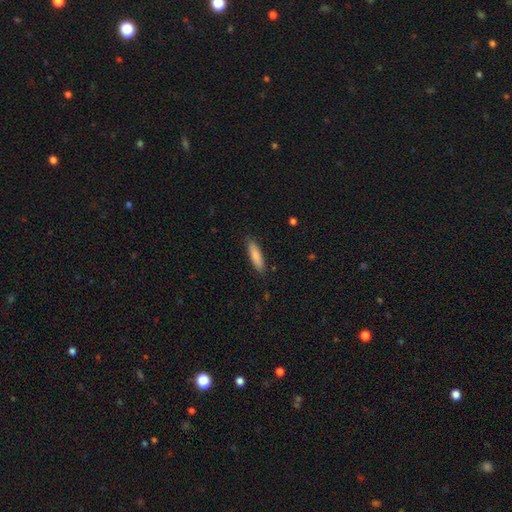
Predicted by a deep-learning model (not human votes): Smooth or featured? Predicted: smooth (p=0.83). How rounded? Predicted: cigar-shaped (p=0.74). Merging? Predicted: none (p=0.86).